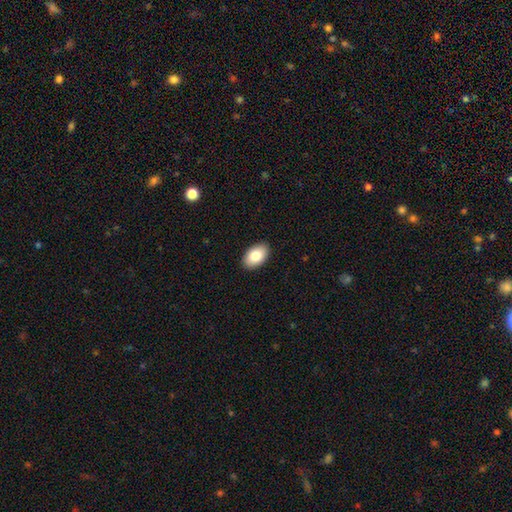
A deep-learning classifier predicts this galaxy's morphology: Smooth or featured? smooth (84%)
How rounded? in between (93%)
Merging? none (90%)